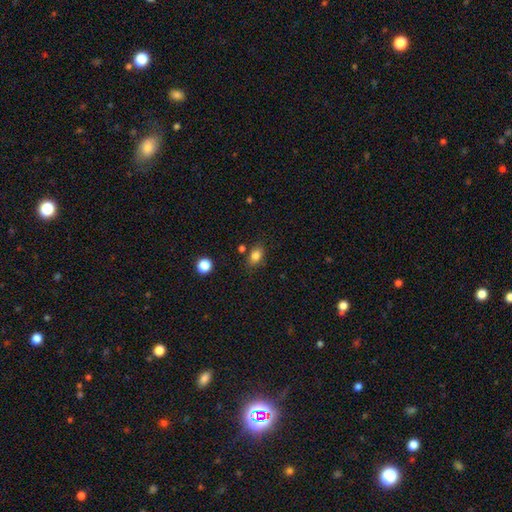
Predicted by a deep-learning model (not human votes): The model was most divided on "how rounded": in between: 76%, round: 22%, cigar-shaped: 2%. More confident: smooth or featured — smooth (83%); merging — none (75%).